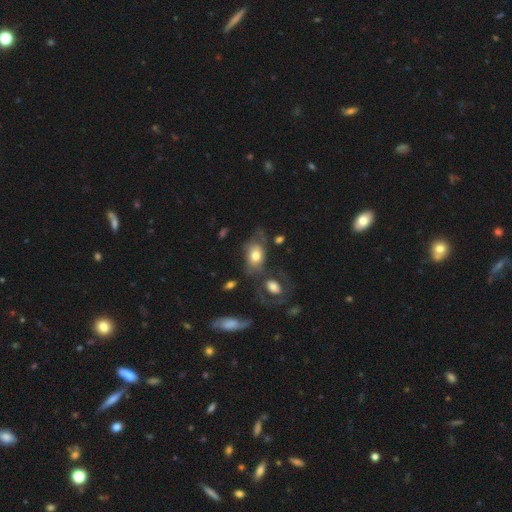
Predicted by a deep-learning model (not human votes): smooth_or_featured: smooth (p=0.66) [alt: featured or disk p=0.26]
how_rounded: in between (p=0.82) [alt: round p=0.16]
merging: none (p=0.37) [alt: minor disturbance p=0.26]